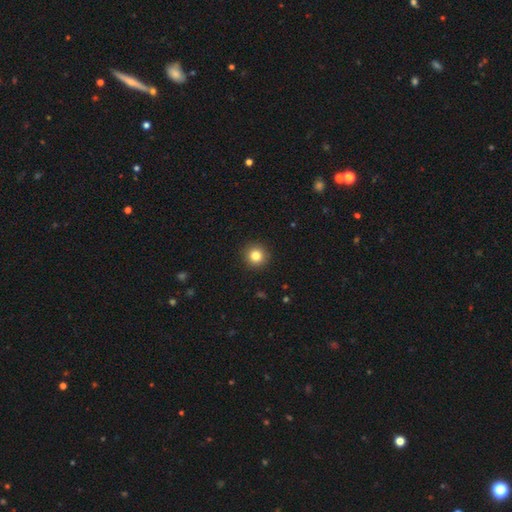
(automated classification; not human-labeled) Morphology: type=smooth (82%); roundness=round (94%); merging=none (92%).